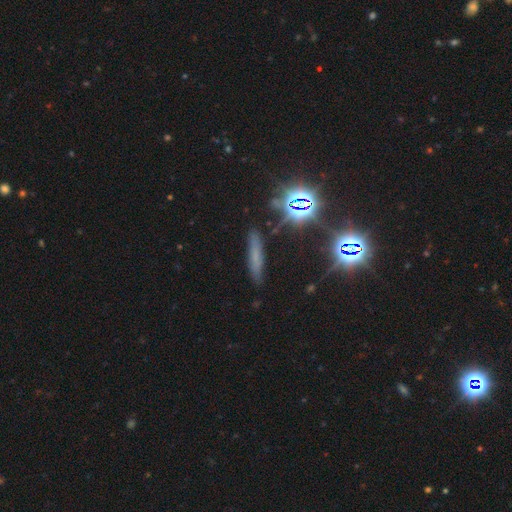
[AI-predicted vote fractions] A smooth galaxy with no disk features (46%).

Vote fractions:
- Smooth or featured? smooth: 46% / star or artifact: 30% / featured or disk: 24%
- Merging? none: 83% / minor disturbance: 11% / major disturbance: 3% / merger: 2%